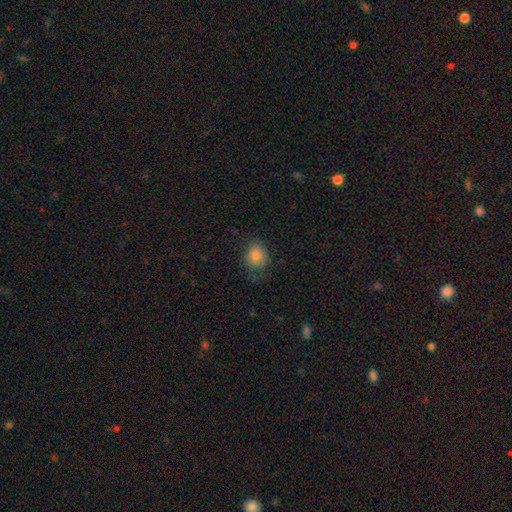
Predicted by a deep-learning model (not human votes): Morphology: type=smooth (80%); roundness=round (68%); merging=none (68%).